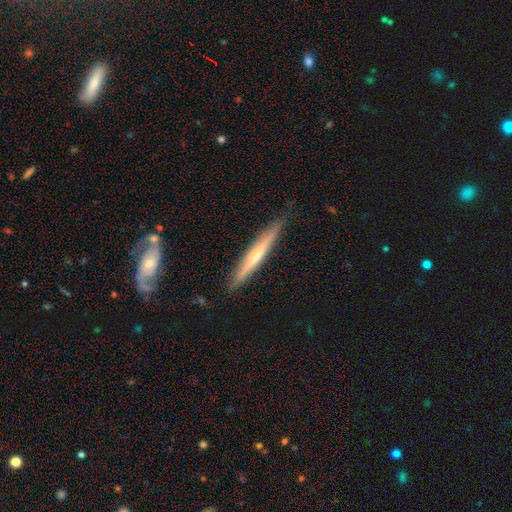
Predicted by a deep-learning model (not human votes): This is possibly a featured or disk galaxy (59%). It is clearly viewed edge-on (94%). Edge-on bulge: likely rounded (60%). Merging: clearly none (87%).